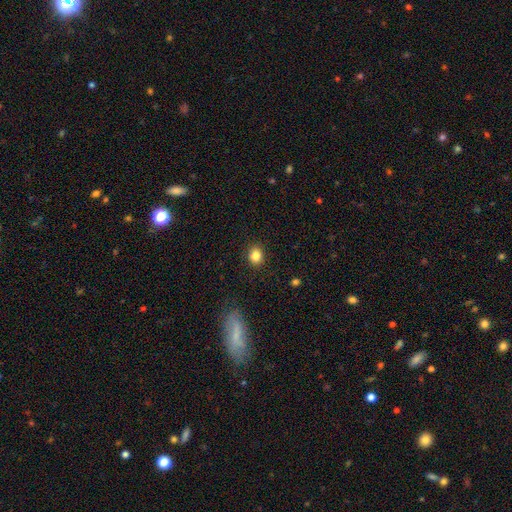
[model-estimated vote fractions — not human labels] A smooth galaxy with no disk features (84%) that is round (69%). Merging: none (89%).